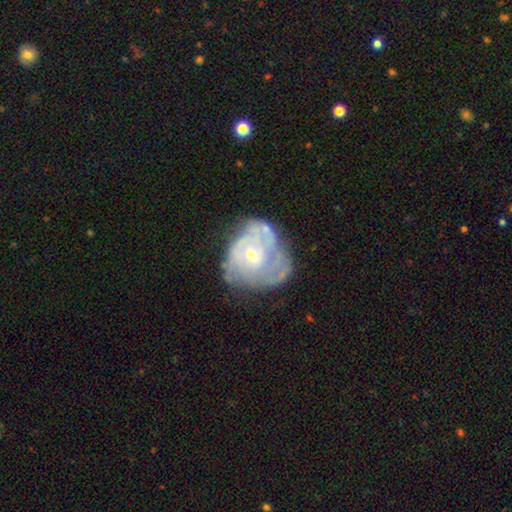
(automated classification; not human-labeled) The model was most divided on "merging": none: 42%, minor disturbance: 27%, major disturbance: 23%, merger: 8%. More confident: edge-on disk — no (97%); bar — no (80%); smooth or featured — featured or disk (69%); spiral arms — yes (64%); bulge size — small (55%).